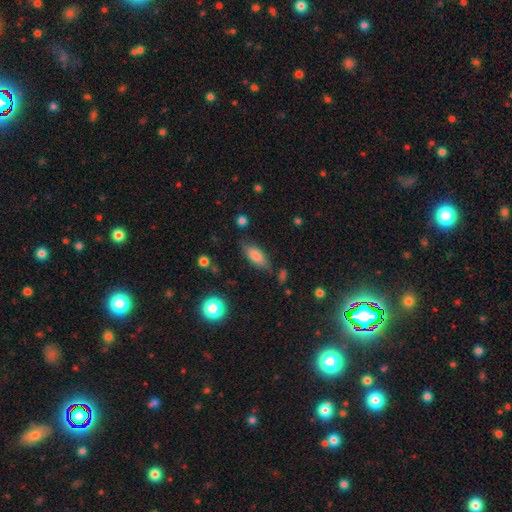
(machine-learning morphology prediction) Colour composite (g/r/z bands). It shows a smooth galaxy with no disk features (79%) that is in between round and cigar-shaped (79%). Merging: none (75%).